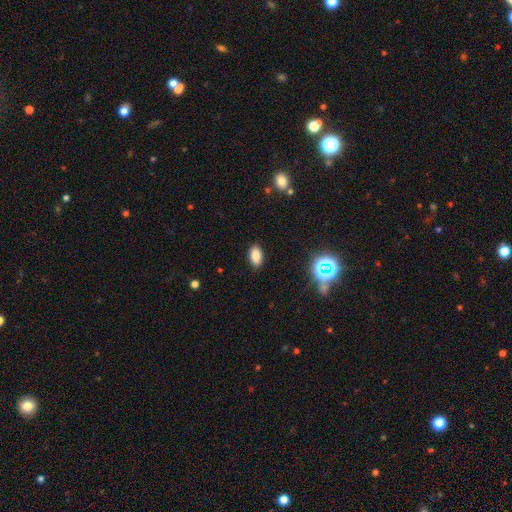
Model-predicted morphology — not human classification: Q: Smooth or featured?
A: smooth (84%); runner-up: star or artifact (12%)
Q: How rounded?
A: in between (92%); runner-up: round (5%)
Q: Merging?
A: none (88%); runner-up: minor disturbance (9%)